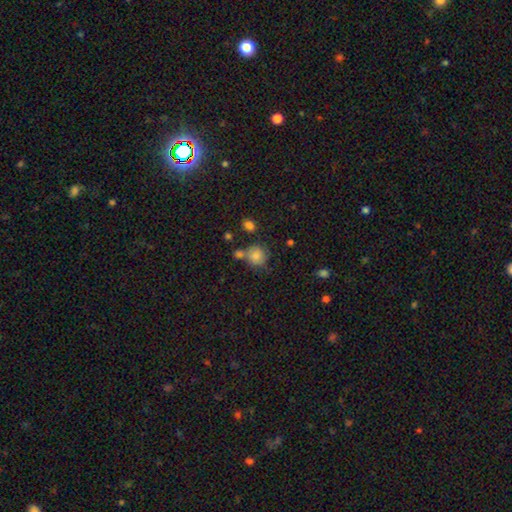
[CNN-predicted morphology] This is clearly a smooth galaxy (81%). How rounded: clearly round (84%). Merging: possibly none (56%).